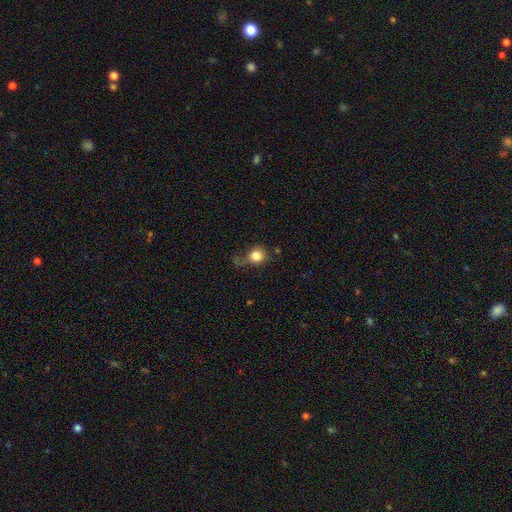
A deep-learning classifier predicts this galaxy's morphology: This is likely a smooth galaxy (79%). How rounded: likely round (80%). Merging: marginally none (39%).